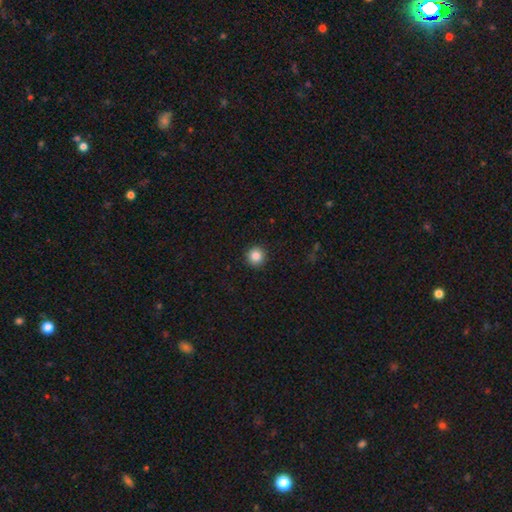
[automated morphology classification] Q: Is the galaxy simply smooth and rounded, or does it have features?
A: smooth — 86%.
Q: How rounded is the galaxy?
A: round — 95%.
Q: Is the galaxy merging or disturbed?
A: none — 92%.